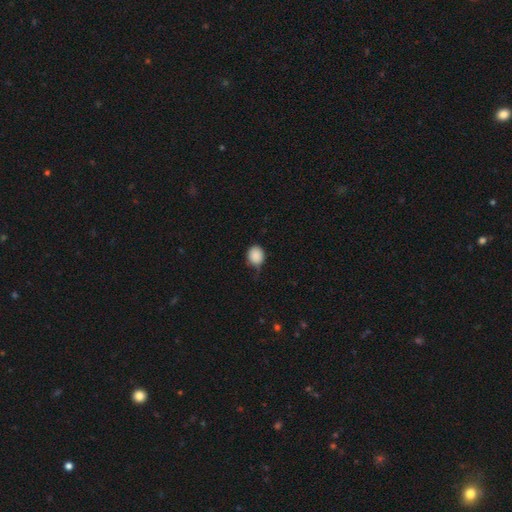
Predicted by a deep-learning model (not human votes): Overall: smooth (88%). How rounded: round (72%). Merging: none (58%; minor disturbance 33%).